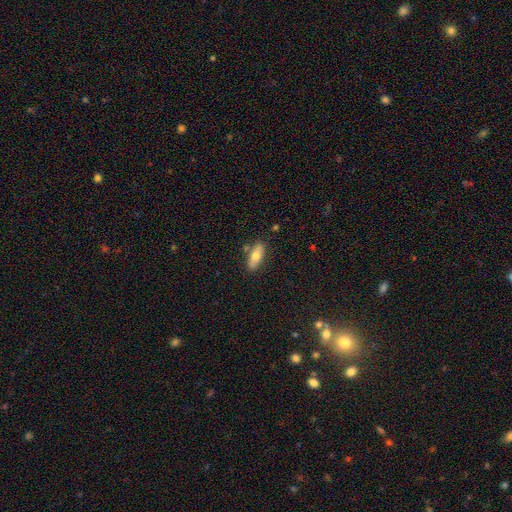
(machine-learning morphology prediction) A smooth galaxy with no disk features (69%) that is in between round and cigar-shaped (72%). Merging: none (79%).